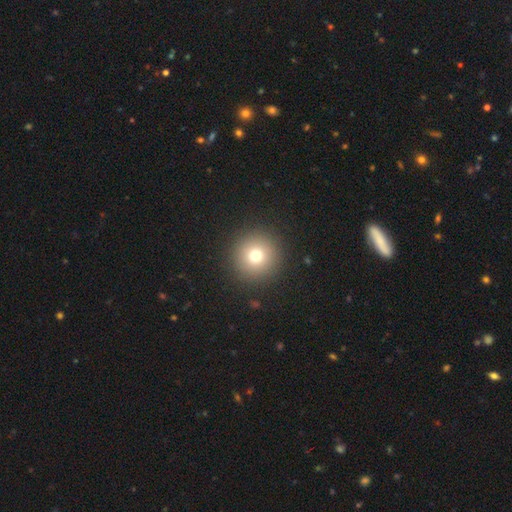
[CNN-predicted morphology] type=smooth (73%); roundness=round (96%); merging=none (92%).